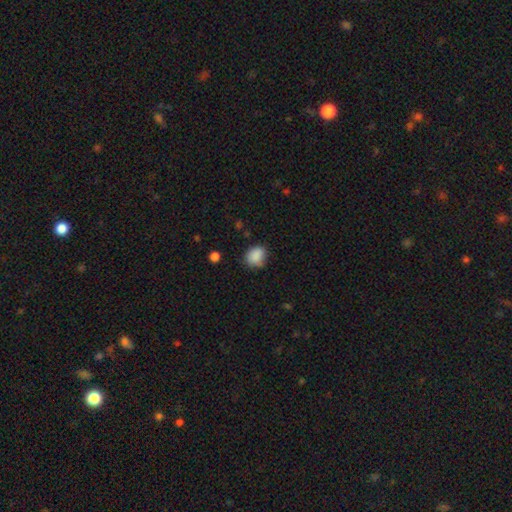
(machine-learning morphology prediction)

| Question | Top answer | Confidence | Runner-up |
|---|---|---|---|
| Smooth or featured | smooth | 86% | star or artifact (9%) |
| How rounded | round | 54% | in between (45%) |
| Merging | none | 69% | minor disturbance (24%) |